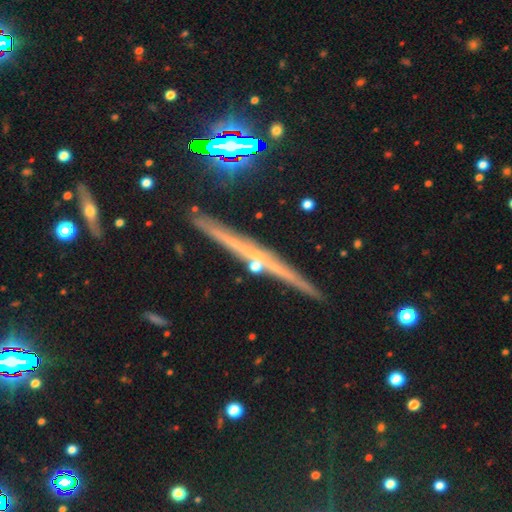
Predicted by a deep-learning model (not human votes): Smooth or featured? Predicted: featured or disk (p=0.63). Edge-on disk? Predicted: yes (p=0.96). Edge-on bulge? Predicted: none (p=0.63). Merging? Predicted: none (p=0.87).